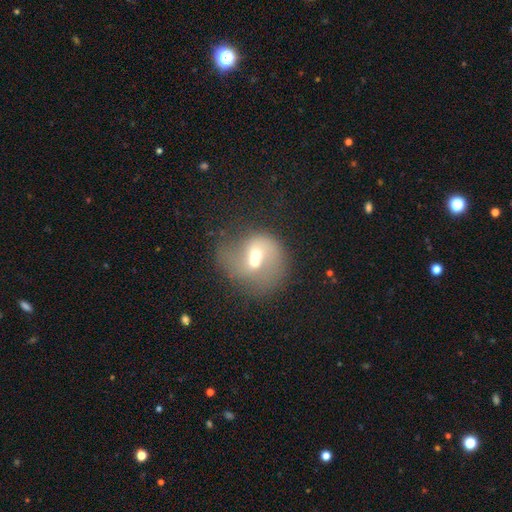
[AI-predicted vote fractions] Overall: featured or disk (52%; smooth 37%). Edge-on disk: no (97%). Bar: no (68%). Spiral arms: yes (54%; no 46%). Bulge size: moderate (58%; small 31%). Merging: merger (62%).